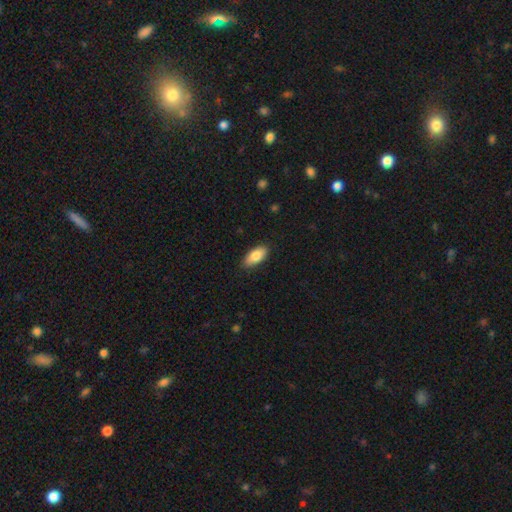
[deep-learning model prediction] smooth-or-featured: smooth: 83% | featured or disk: 11% | star or artifact: 6%
  how-rounded: in between: 89% | cigar-shaped: 9% | round: 2%
  merging: none: 86% | minor disturbance: 11% | major disturbance: 2% | merger: 1%